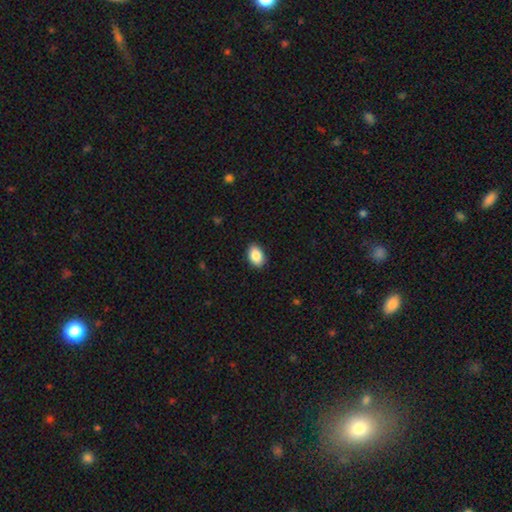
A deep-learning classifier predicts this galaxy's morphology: The model was most divided on "how rounded": in between: 87%, round: 11%, cigar-shaped: 1%. More confident: merging — none (89%); smooth or featured — smooth (87%).